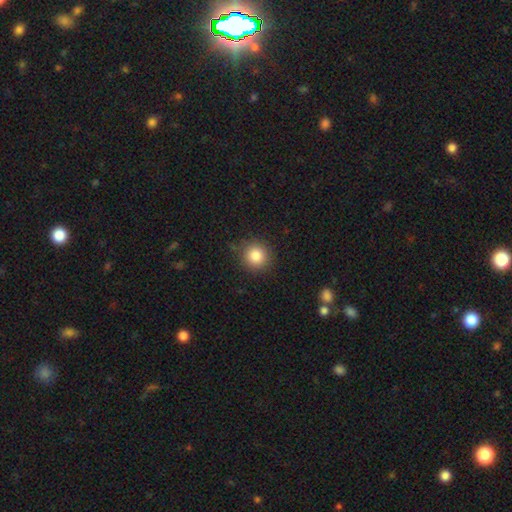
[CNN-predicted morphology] type=smooth (84%); roundness=round (91%); merging=none (88%).